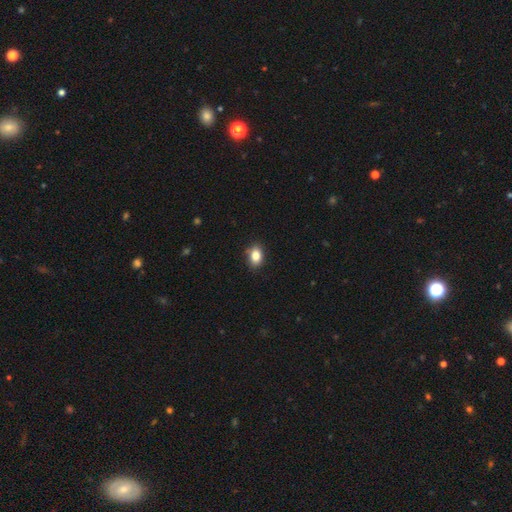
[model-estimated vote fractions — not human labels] This is clearly a smooth galaxy (85%). How rounded: likely in between (77%). Merging: clearly none (86%).